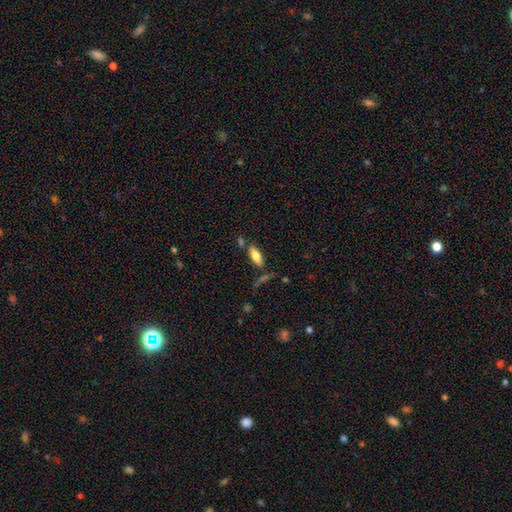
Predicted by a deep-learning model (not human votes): smooth 74%, featured or disk 19%, star or artifact 7%. Down the decision tree: how rounded — in between (74%); merging — none (69%).